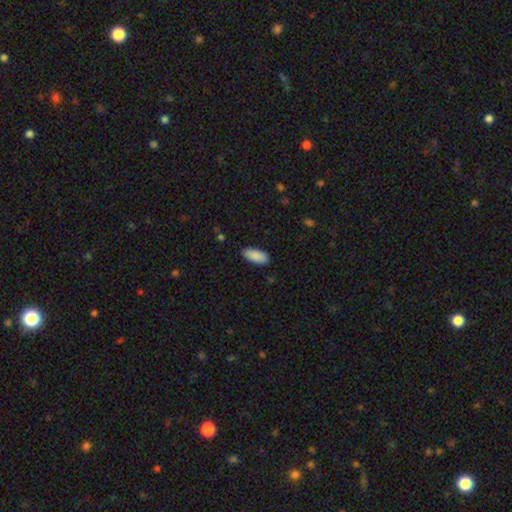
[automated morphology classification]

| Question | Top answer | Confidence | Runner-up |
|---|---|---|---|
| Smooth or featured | smooth | 90% | star or artifact (6%) |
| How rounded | in between | 87% | cigar-shaped (11%) |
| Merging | none | 86% | minor disturbance (11%) |